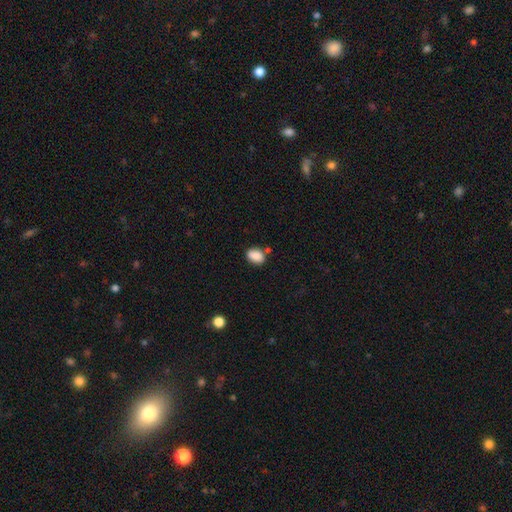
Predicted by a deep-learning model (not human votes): Smooth or featured?
  - smooth: 86% *
  - star or artifact: 8%
  - featured or disk: 6%
How rounded?
  - in between: 75% *
  - round: 24%
  - cigar-shaped: 1%
Merging?
  - none: 67% *
  - minor disturbance: 17%
  - merger: 12%
  - major disturbance: 4%